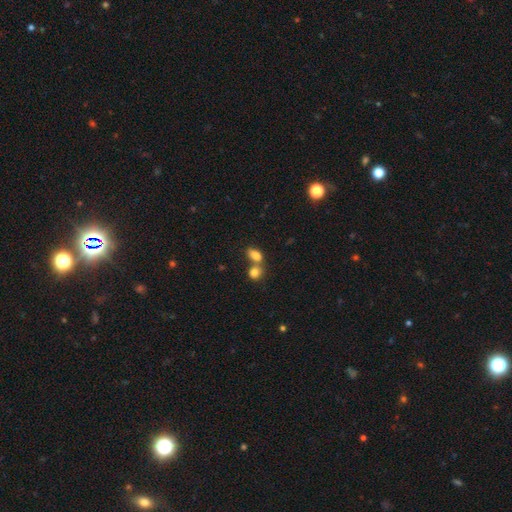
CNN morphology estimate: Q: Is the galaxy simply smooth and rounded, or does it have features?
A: smooth — 82%.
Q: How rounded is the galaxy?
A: in between — 79%.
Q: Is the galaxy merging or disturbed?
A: merger — 49%.